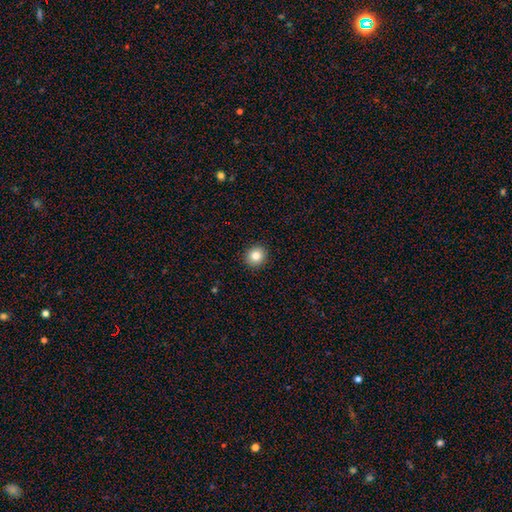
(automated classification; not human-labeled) Q: Smooth or featured?
A: smooth (83%); runner-up: star or artifact (10%)
Q: How rounded?
A: round (89%); runner-up: in between (10%)
Q: Merging?
A: none (92%); runner-up: minor disturbance (5%)